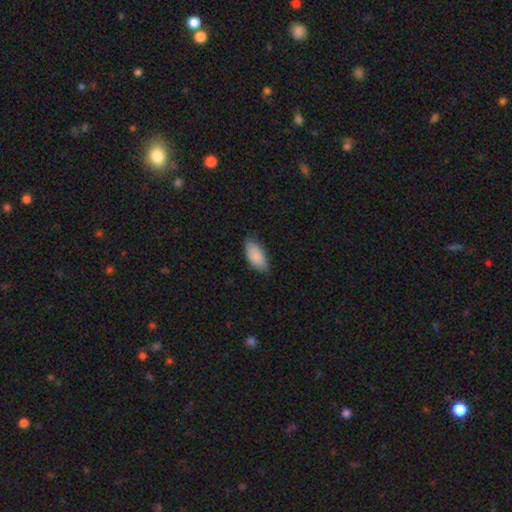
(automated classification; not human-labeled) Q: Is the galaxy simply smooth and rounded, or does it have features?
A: smooth — 87%.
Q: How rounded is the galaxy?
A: in between — 91%.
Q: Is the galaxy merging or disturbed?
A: none — 79%.